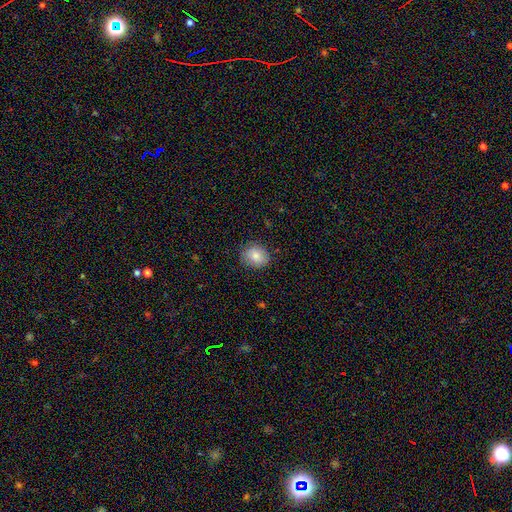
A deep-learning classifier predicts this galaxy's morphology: Smooth or featured? Predicted: smooth (p=0.82). How rounded? Predicted: round (p=0.61). Merging? Predicted: none (p=0.82).